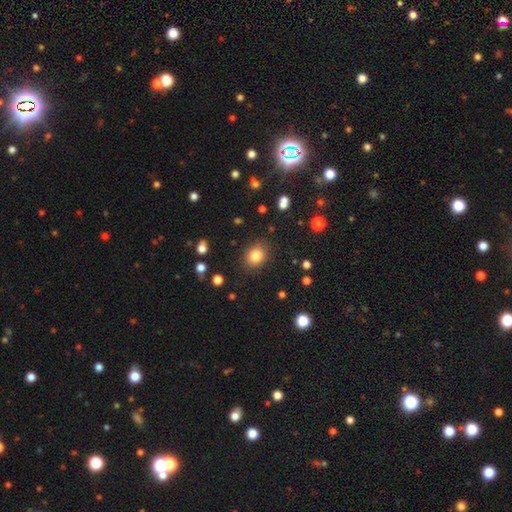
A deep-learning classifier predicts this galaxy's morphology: Smooth or featured: smooth — 82% (star or artifact — 11%)
How rounded: round — 61% (in between — 38%)
Merging: none — 85% (minor disturbance — 10%)